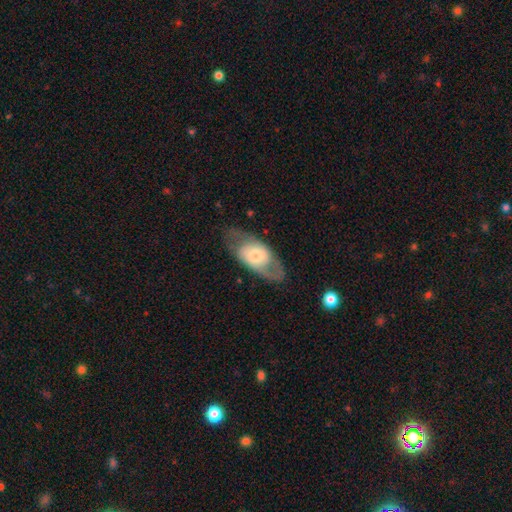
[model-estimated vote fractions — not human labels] Smooth or featured: featured or disk — 55% (smooth — 39%)
Edge-on disk: no — 86% (yes — 14%)
Merging: none — 69% (minor disturbance — 18%)